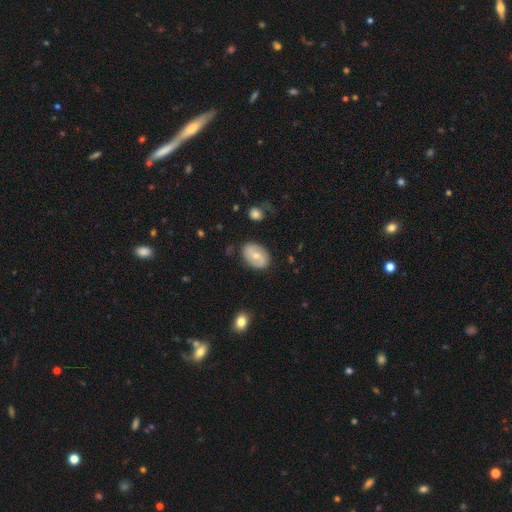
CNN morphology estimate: featured or disk 50%, smooth 44%, star or artifact 6%. Down the decision tree: merging — none (79%).